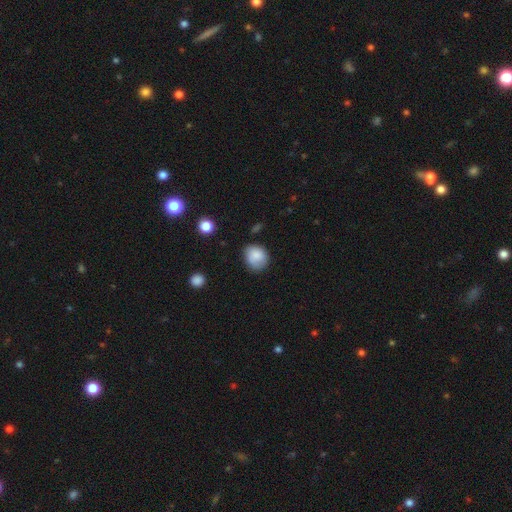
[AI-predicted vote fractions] Smooth or featured: smooth — 84% (star or artifact — 8%)
How rounded: round — 67% (in between — 32%)
Merging: none — 67% (minor disturbance — 24%)